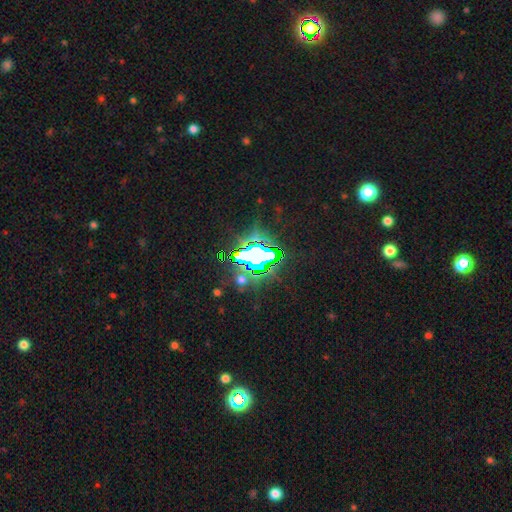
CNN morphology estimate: smooth-or-featured: star or artifact: 75% | smooth: 13% | featured or disk: 12%